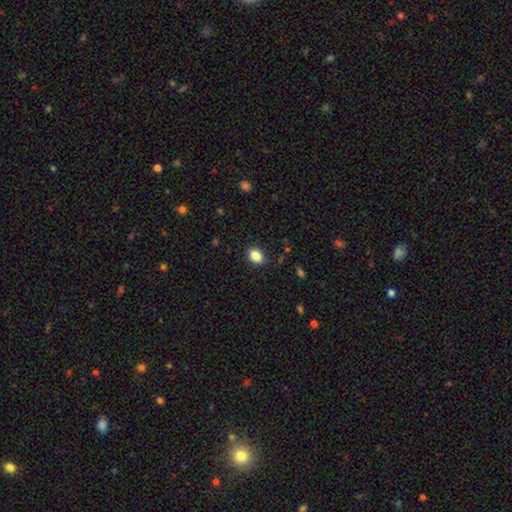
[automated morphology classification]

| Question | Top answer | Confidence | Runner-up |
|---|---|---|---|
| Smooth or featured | smooth | 86% | star or artifact (9%) |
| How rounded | in between | 66% | round (33%) |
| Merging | none | 88% | minor disturbance (8%) |